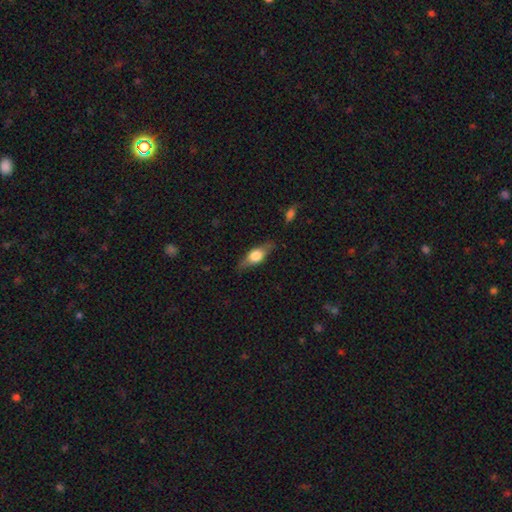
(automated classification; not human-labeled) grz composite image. It shows a featured or disk galaxy (48%). Merging: none (81%).